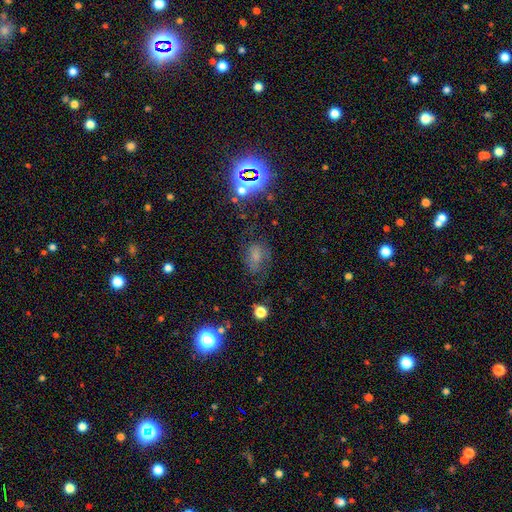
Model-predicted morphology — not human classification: The model was most divided on "smooth or featured": smooth: 53%, star or artifact: 25%, featured or disk: 22%. More confident: how rounded — in between (75%); merging — none (55%).